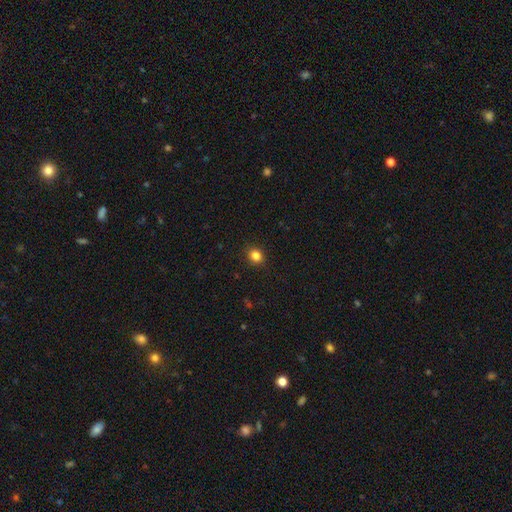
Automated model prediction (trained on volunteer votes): This is clearly a smooth galaxy (84%). How rounded: likely round (72%). Merging: clearly none (89%).